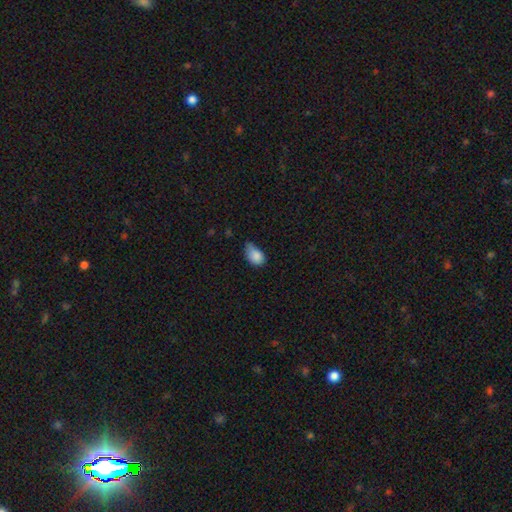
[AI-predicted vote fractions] smooth_or_featured: smooth (p=0.85) [alt: star or artifact p=0.08]
how_rounded: in between (p=0.82) [alt: round p=0.17]
merging: minor disturbance (p=0.51) [alt: none p=0.31]